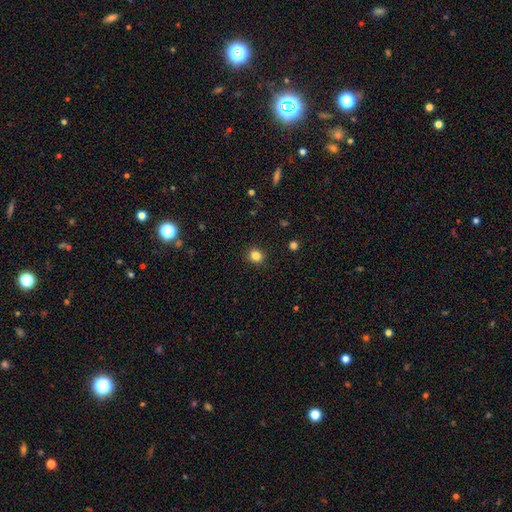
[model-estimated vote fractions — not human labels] A smooth galaxy with no disk features (83%) that is round (81%). Merging: none (91%).